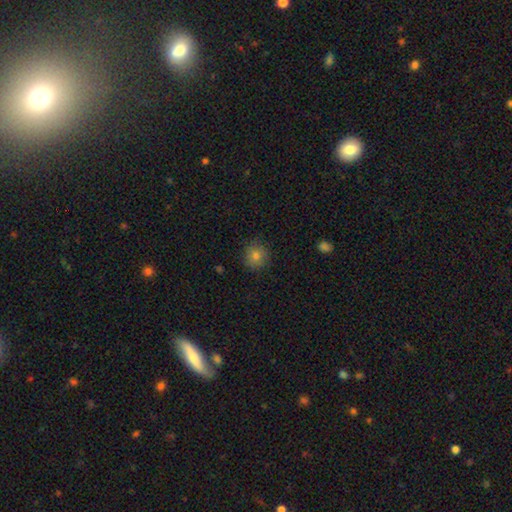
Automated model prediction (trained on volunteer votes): Smooth or featured?
  - smooth: 79% *
  - star or artifact: 13%
  - featured or disk: 8%
How rounded?
  - round: 91% *
  - in between: 8%
  - cigar-shaped: 1%
Merging?
  - none: 87% *
  - minor disturbance: 9%
  - major disturbance: 2%
  - merger: 1%